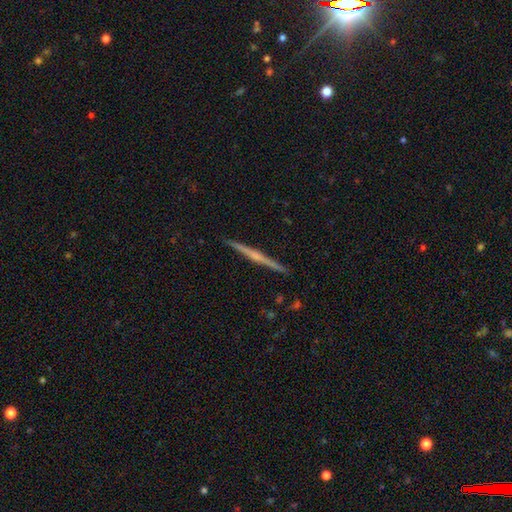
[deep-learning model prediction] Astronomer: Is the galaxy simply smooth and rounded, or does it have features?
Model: featured or disk — 78%.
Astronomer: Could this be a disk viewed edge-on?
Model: yes — 99%.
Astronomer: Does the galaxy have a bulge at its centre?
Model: rounded — 63%.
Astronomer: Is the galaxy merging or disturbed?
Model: none — 93%.